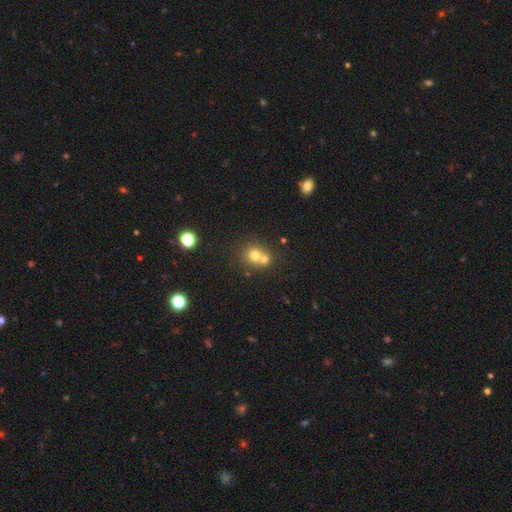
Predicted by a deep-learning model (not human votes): Morphology: type=smooth (69%); roundness=round (85%); merging=merger (50%).